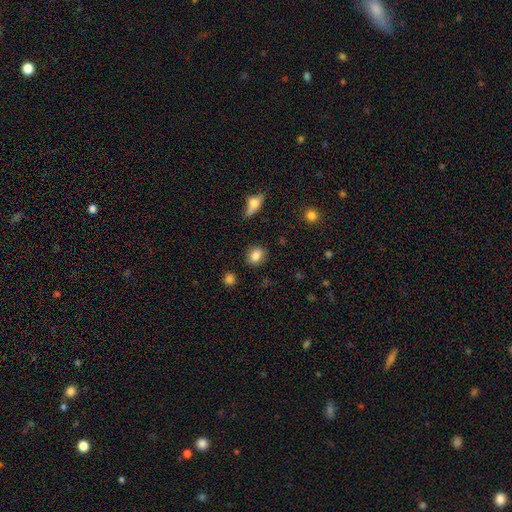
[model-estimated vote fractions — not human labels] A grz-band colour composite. It shows a smooth galaxy with no disk features (84%) that is in between round and cigar-shaped (51%). Merging: none (86%).